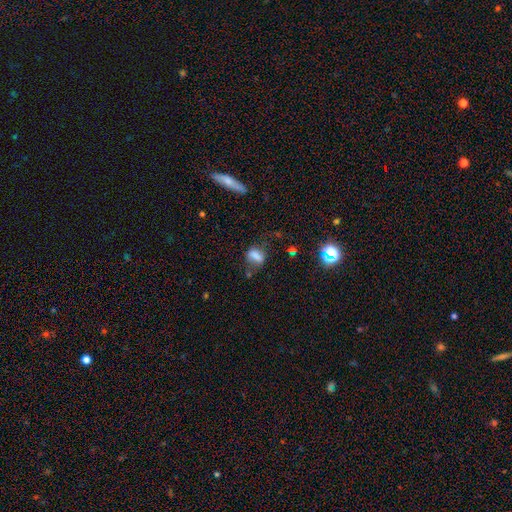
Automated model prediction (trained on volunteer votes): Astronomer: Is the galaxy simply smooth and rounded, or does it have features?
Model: smooth — 67%.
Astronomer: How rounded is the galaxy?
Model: in between — 67%.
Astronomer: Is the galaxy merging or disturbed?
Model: none — 57%.